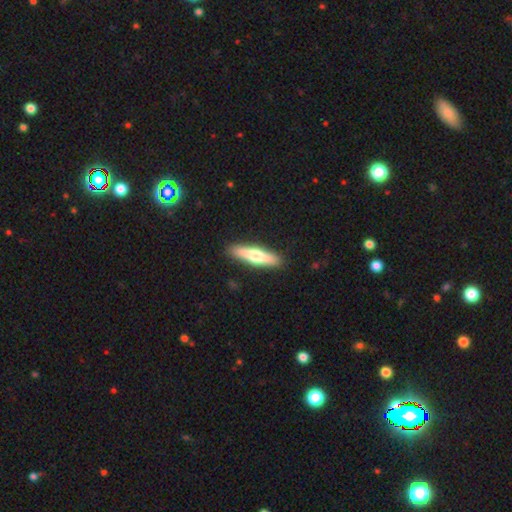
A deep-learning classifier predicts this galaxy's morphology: Overall: smooth (54%; featured or disk 41%). How rounded: cigar-shaped (79%). Merging: none (90%).